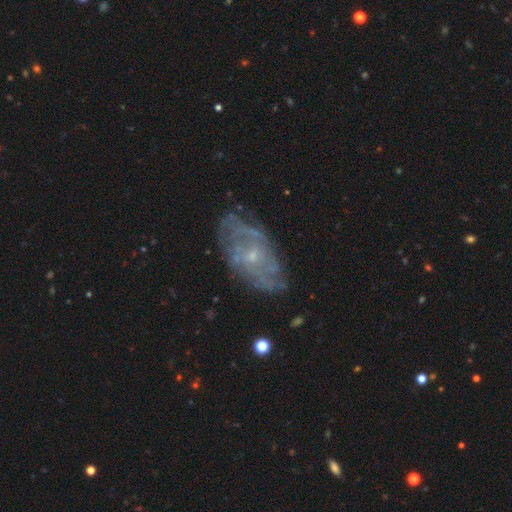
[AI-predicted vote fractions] Morphology: type=featured or disk (69%); edge-on=no (91%); bar=no (74%); spiral arms=yes (68%); bulge=small (74%); merging=none (74%).